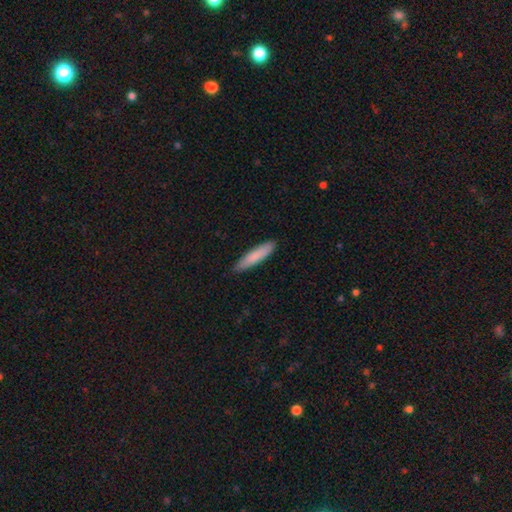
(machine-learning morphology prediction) Overall: smooth (83%). How rounded: cigar-shaped (85%). Merging: none (87%).